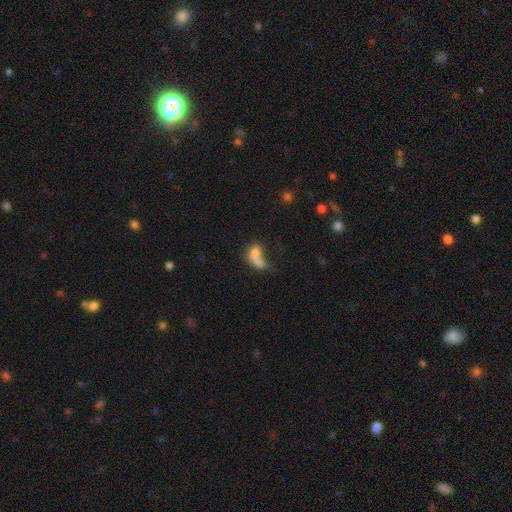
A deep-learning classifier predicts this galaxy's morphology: Smooth or featured? Predicted: smooth (p=0.67). How rounded? Predicted: in between (p=0.68). Merging? Predicted: merger (p=0.54).